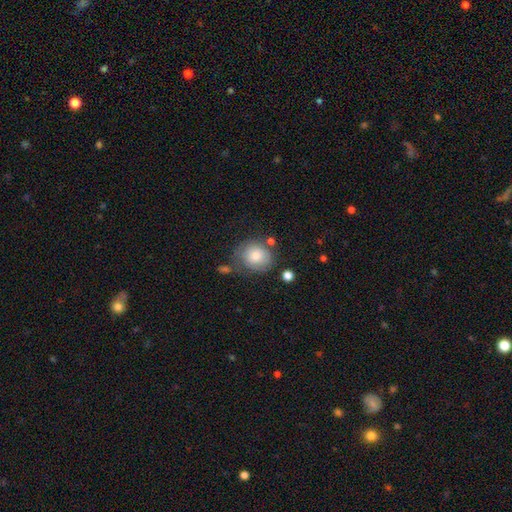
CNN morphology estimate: smooth-or-featured: smooth: 74% | featured or disk: 18% | star or artifact: 9%
  how-rounded: round: 80% | in between: 19% | cigar-shaped: 1%
  merging: none: 64% | minor disturbance: 20% | major disturbance: 8% | merger: 8%